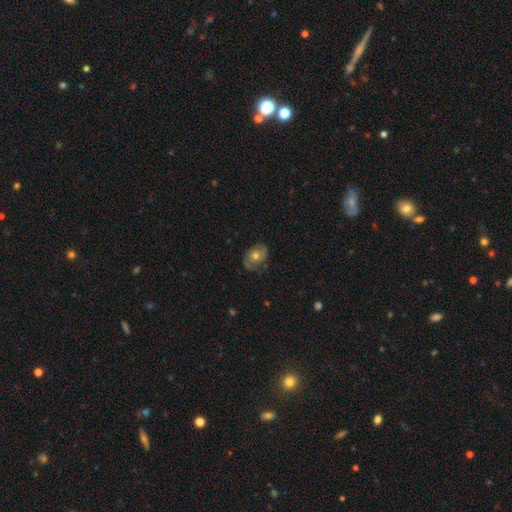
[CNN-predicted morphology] Smooth or featured: featured or disk — 56% (smooth — 36%)
Edge-on disk: no — 95% (yes — 5%)
Bar: no — 79% (weak — 17%)
Spiral arms: yes — 78% (no — 22%)
Bulge size: moderate — 70% (small — 20%)
Merging: none — 71% (minor disturbance — 21%)